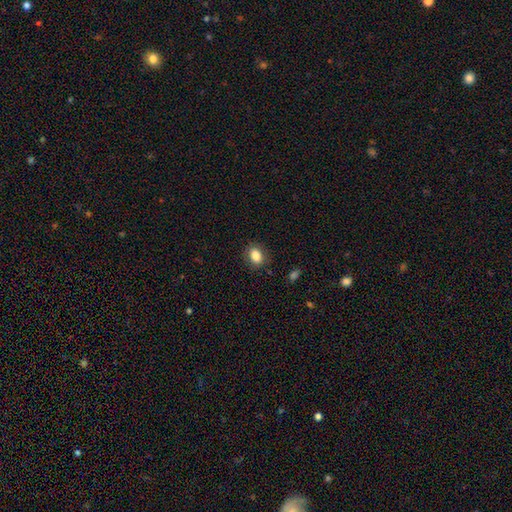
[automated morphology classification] Smooth or featured: smooth — 85% (star or artifact — 9%)
How rounded: in between — 73% (round — 26%)
Merging: none — 86% (minor disturbance — 10%)